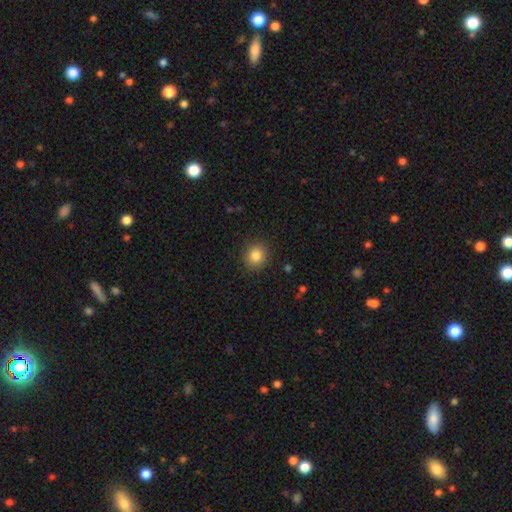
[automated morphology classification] A smooth galaxy with no disk features (84%) that is round (86%). Merging: none (89%).